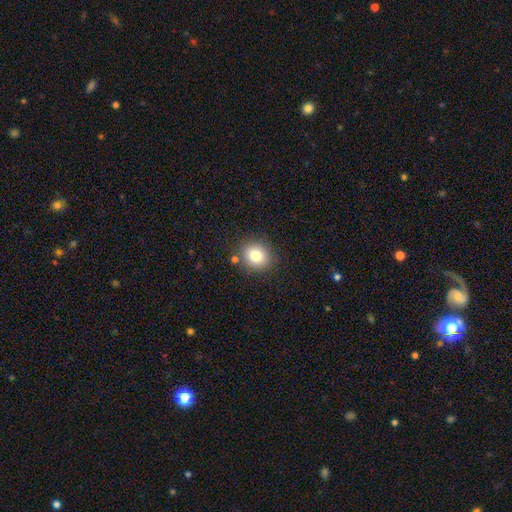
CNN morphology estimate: A smooth galaxy with no disk features (79%) that is round (78%). Merging: none (84%).